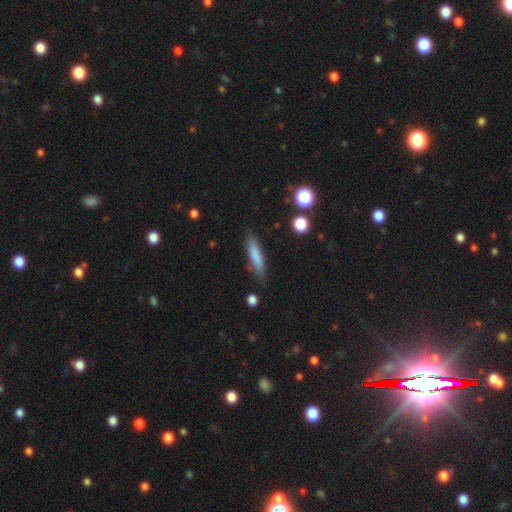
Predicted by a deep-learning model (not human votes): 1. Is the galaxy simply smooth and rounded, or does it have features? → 79% smooth, 14% featured or disk, 7% star or artifact.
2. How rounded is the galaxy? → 83% cigar-shaped, 15% in between, 2% round.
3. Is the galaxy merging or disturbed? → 82% none, 13% minor disturbance, 3% major disturbance, 2% merger.